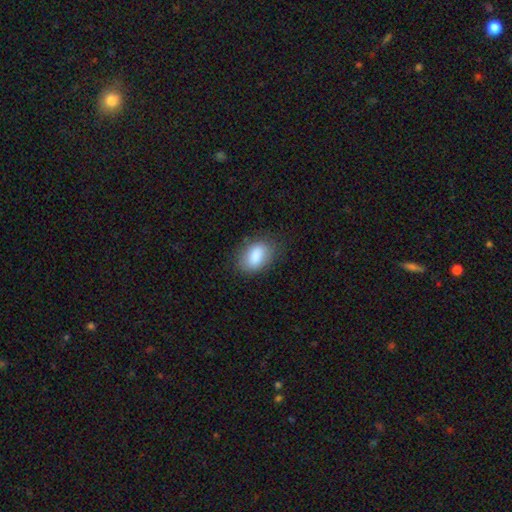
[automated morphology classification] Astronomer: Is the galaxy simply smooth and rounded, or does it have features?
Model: smooth — 85%.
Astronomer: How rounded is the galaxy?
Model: in between — 88%.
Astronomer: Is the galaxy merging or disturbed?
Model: none — 76%.